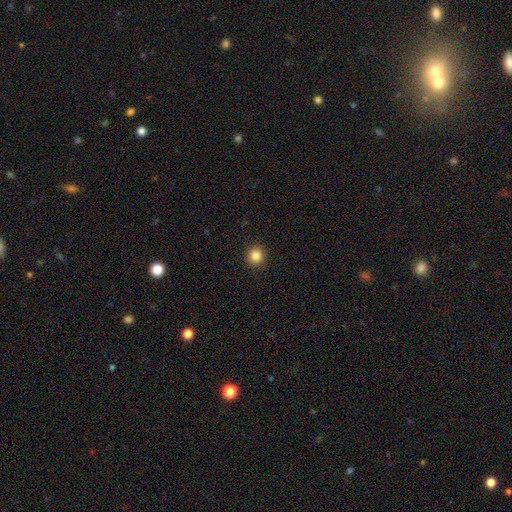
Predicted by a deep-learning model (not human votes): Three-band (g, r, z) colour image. It shows a smooth galaxy with no disk features (86%) that is round (92%). Merging: none (93%).